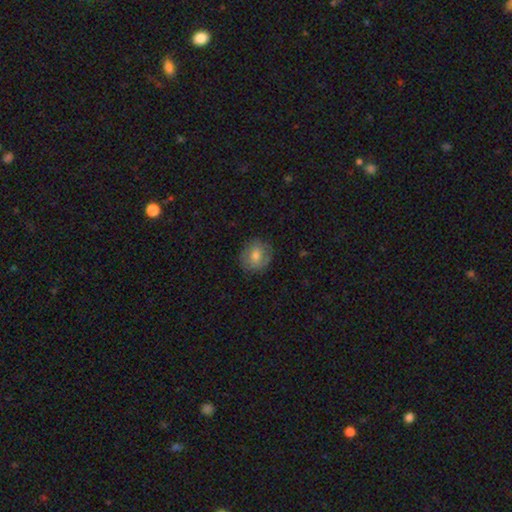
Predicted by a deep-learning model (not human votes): Morphology: type=smooth (68%); roundness=round (81%); merging=none (83%).